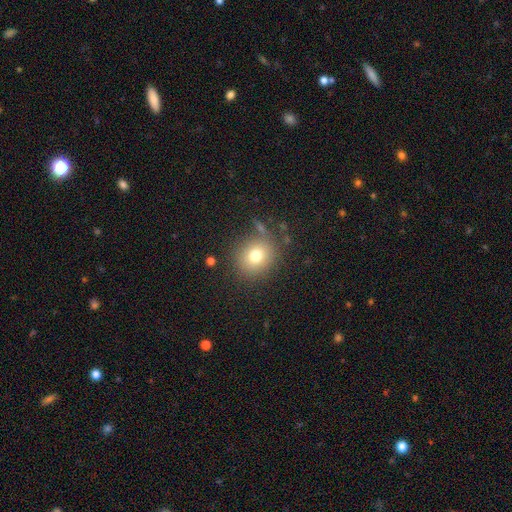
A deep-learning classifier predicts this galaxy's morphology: Smooth or featured? smooth (76%)
How rounded? round (82%)
Merging? none (80%)